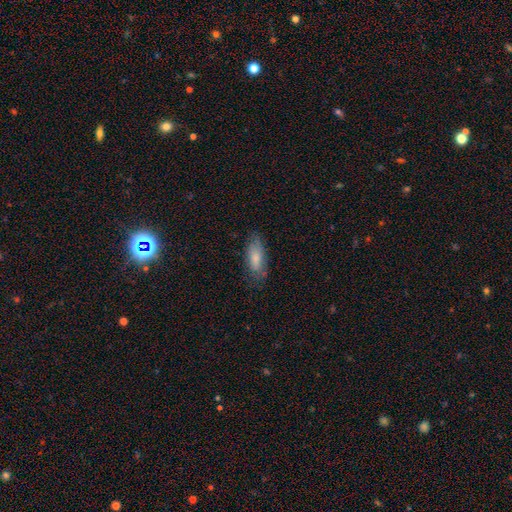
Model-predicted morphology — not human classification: This appears to be a smooth galaxy with no disk features (65%) that is in between round and cigar-shaped (74%). Merging: none (76%).